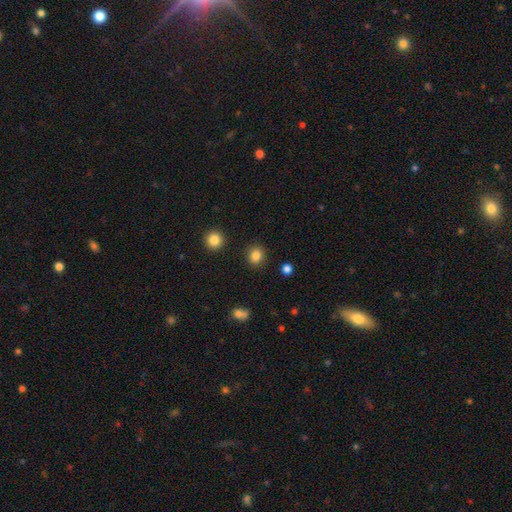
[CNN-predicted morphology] Smooth or featured: smooth — 84% (star or artifact — 11%)
How rounded: round — 80% (in between — 19%)
Merging: none — 89% (minor disturbance — 7%)